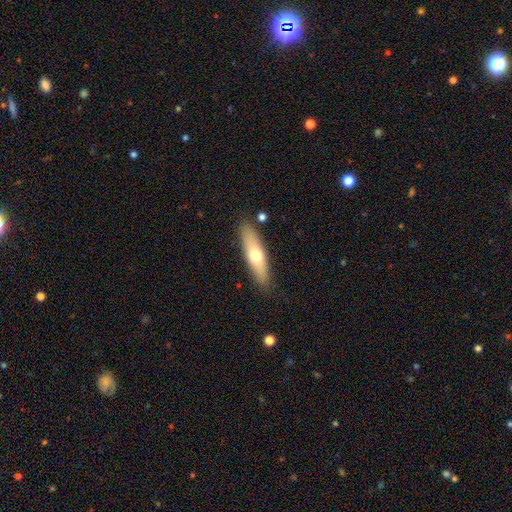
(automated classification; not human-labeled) Smooth or featured? Predicted: smooth (p=0.59). How rounded? Predicted: cigar-shaped (p=0.65). Merging? Predicted: none (p=0.85).